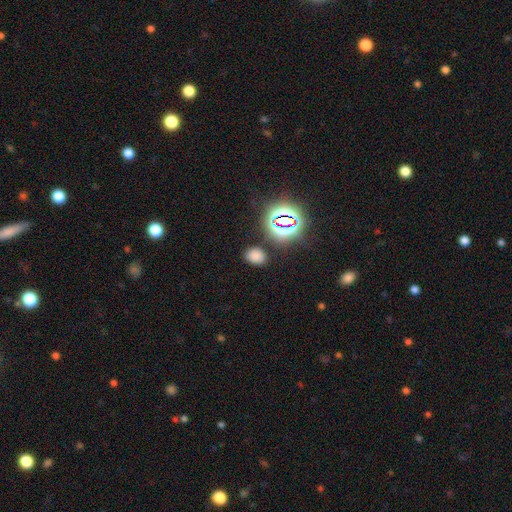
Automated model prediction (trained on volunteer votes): This appears to be a smooth galaxy with no disk features (70%) that is in between round and cigar-shaped (68%). Merging: none (83%).